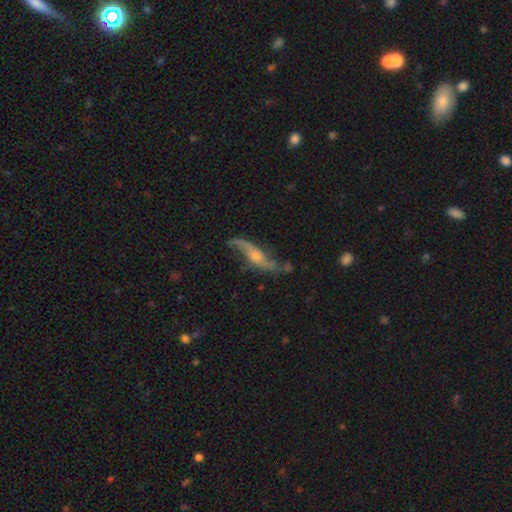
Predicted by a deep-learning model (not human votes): Smooth or featured: featured or disk — 83% (smooth — 11%)
Edge-on disk: no — 74% (yes — 26%)
Bar: no — 60% (weak — 29%)
Spiral arms: yes — 93% (no — 7%)
Spiral winding: loose — 89% (medium — 8%)
Spiral arm count: 2 — 91% (can't tell — 3%)
Bulge size: moderate — 46% (small — 43%)
Merging: none — 65% (minor disturbance — 20%)